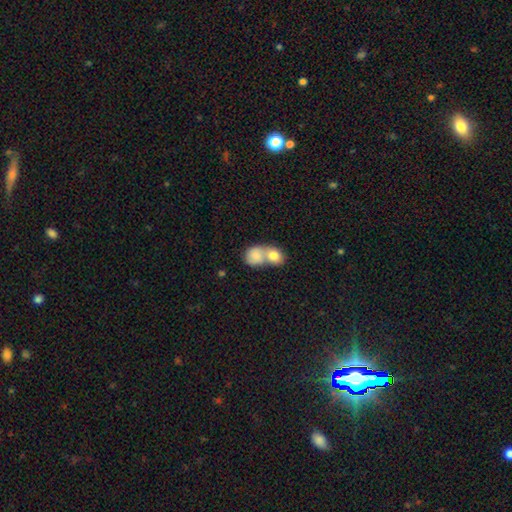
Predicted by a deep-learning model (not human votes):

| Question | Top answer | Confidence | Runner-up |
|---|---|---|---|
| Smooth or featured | smooth | 82% | featured or disk (12%) |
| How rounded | round | 60% | in between (39%) |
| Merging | merger | 76% | none (16%) |